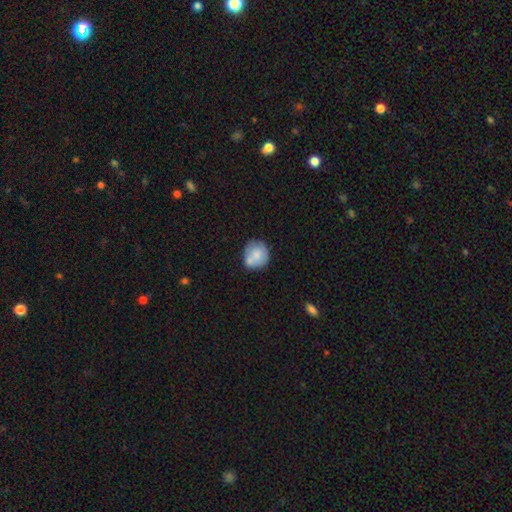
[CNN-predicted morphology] type=smooth (71%); roundness=round (83%); merging=none (53%).